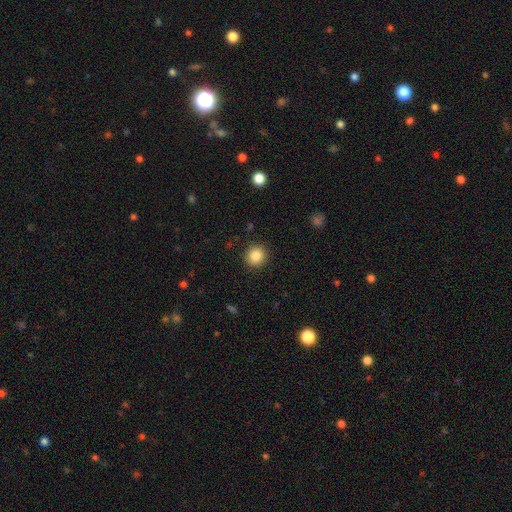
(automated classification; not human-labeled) Q: Smooth or featured?
A: smooth (86%); runner-up: star or artifact (10%)
Q: How rounded?
A: round (91%); runner-up: in between (8%)
Q: Merging?
A: none (91%); runner-up: minor disturbance (6%)